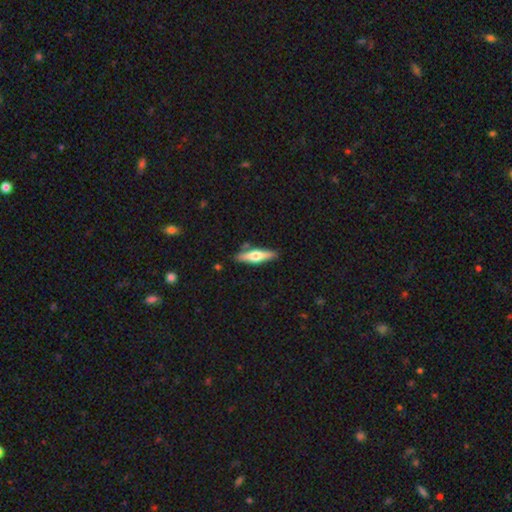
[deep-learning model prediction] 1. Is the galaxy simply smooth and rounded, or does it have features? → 48% smooth, 47% featured or disk, 5% star or artifact.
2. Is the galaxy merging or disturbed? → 83% none, 11% minor disturbance, 4% merger, 2% major disturbance.